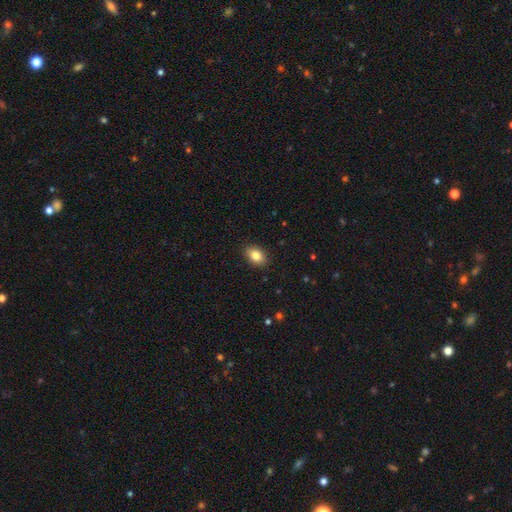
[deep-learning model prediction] This is clearly a smooth galaxy (84%). How rounded: clearly in between (84%). Merging: clearly none (89%).